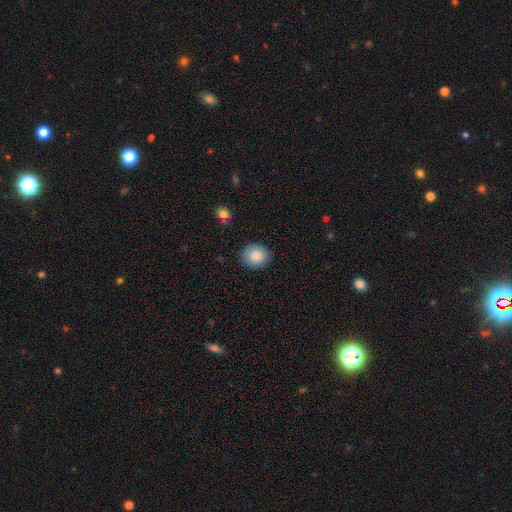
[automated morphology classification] Smooth or featured? Predicted: smooth (p=0.86). How rounded? Predicted: round (p=0.78). Merging? Predicted: none (p=0.88).